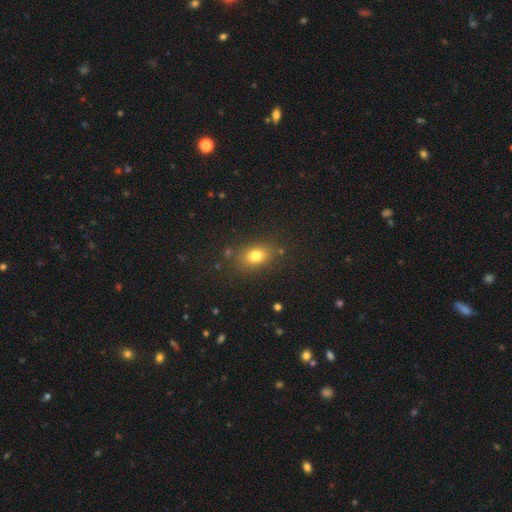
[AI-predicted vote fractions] Smooth or featured?
  - smooth: 77% *
  - star or artifact: 13%
  - featured or disk: 10%
How rounded?
  - in between: 71% *
  - round: 26%
  - cigar-shaped: 2%
Merging?
  - none: 82% *
  - minor disturbance: 12%
  - major disturbance: 4%
  - merger: 3%